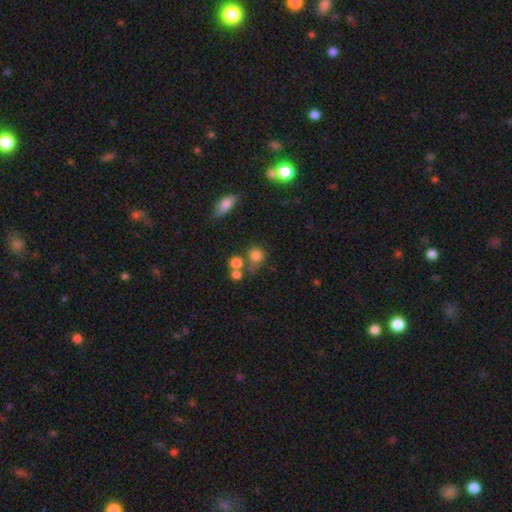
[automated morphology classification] This appears to be a smooth galaxy with no disk features (77%) that is round (81%). Merging: none (52%).